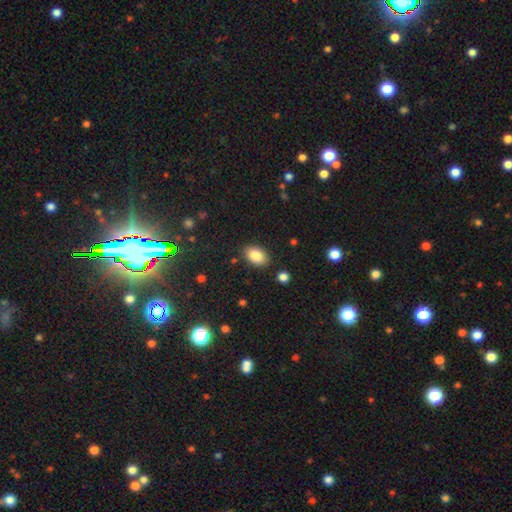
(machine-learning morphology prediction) A smooth galaxy with no disk features (86%) that is in between round and cigar-shaped (88%). Merging: none (85%).